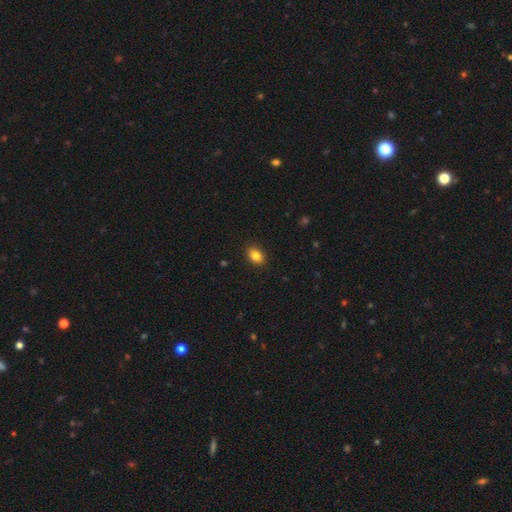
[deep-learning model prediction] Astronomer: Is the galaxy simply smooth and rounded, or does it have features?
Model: smooth — 84%.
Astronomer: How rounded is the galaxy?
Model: in between — 75%.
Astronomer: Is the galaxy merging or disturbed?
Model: none — 90%.